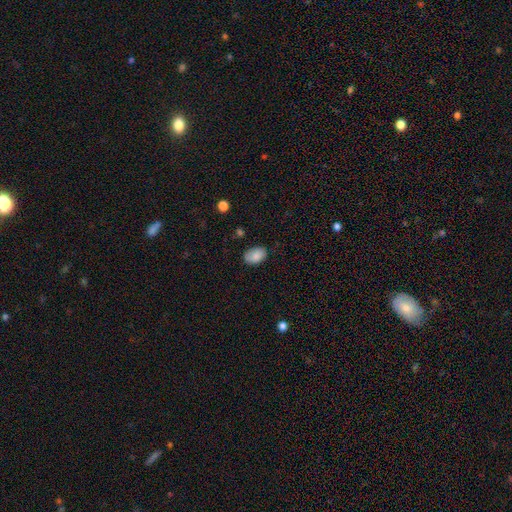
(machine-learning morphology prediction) A smooth galaxy with no disk features (85%) that is in between round and cigar-shaped (88%).

Vote fractions:
- Smooth or featured? smooth: 85% / star or artifact: 7% / featured or disk: 7%
- How rounded? in between: 88% / round: 10% / cigar-shaped: 1%
- Merging? none: 78% / minor disturbance: 17% / major disturbance: 3% / merger: 1%